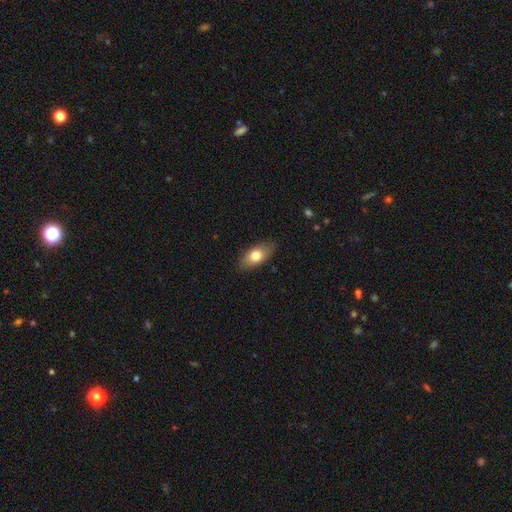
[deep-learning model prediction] This appears to be a smooth galaxy with no disk features (75%) that is in between round and cigar-shaped (87%). Merging: none (85%).